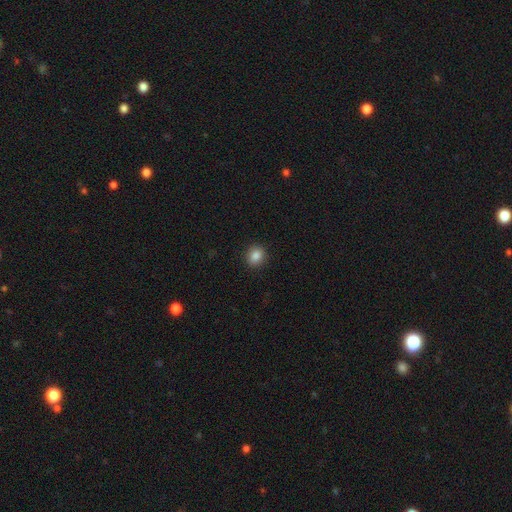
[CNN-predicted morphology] This appears to be a smooth galaxy with no disk features (86%) that is round (75%). Merging: none (91%).